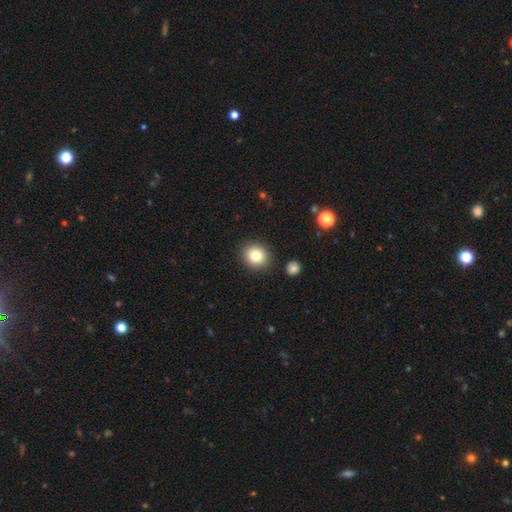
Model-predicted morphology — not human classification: A smooth galaxy with no disk features (81%) that is round (84%). Merging: none (88%).